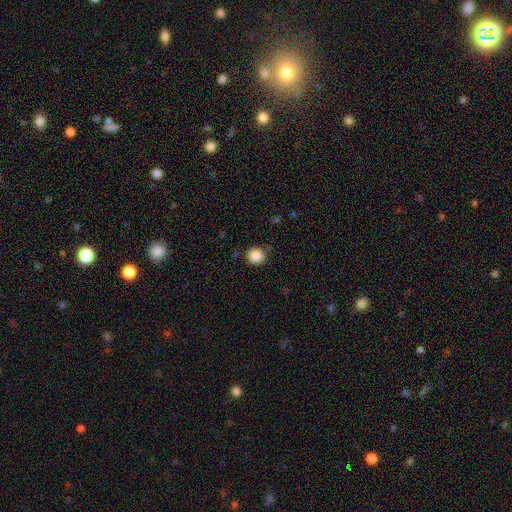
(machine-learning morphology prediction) The model was most divided on "merging": none: 84%, minor disturbance: 11%, major disturbance: 3%, merger: 2%. More confident: how rounded — round (91%); smooth or featured — smooth (87%).